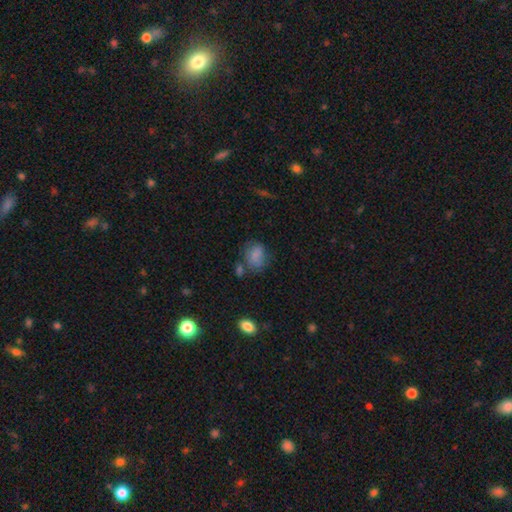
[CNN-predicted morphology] smooth_or_featured: smooth (p=0.78) [alt: featured or disk p=0.12]
how_rounded: in between (p=0.59) [alt: round p=0.40]
merging: none (p=0.49) [alt: minor disturbance p=0.24]